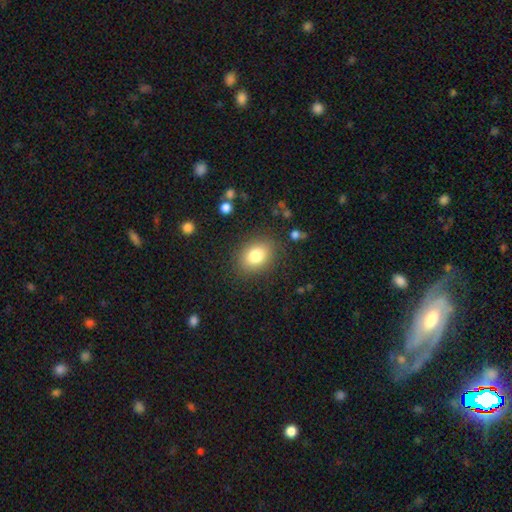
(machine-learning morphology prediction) smooth-or-featured: smooth: 81% | star or artifact: 10% | featured or disk: 9%
  how-rounded: in between: 61% | round: 38% | cigar-shaped: 1%
  merging: none: 84% | minor disturbance: 11% | major disturbance: 4% | merger: 2%